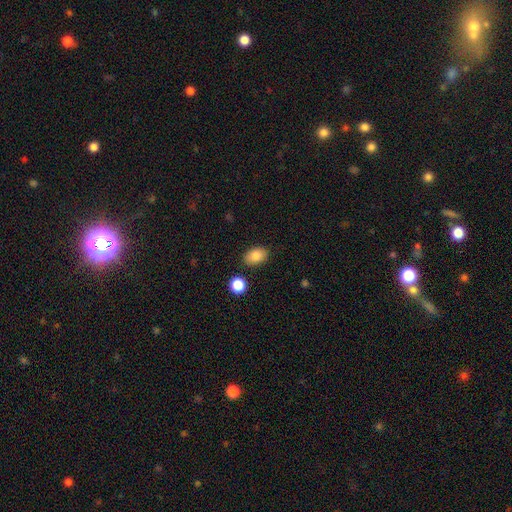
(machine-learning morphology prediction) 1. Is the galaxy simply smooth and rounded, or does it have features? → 85% smooth, 8% star or artifact, 7% featured or disk.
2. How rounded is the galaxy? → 87% in between, 12% round, 1% cigar-shaped.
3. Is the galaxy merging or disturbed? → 85% none, 10% minor disturbance, 3% merger, 2% major disturbance.